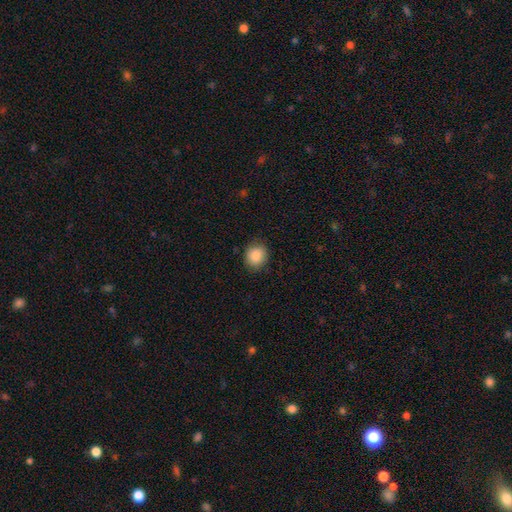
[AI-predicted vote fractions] A smooth galaxy with no disk features (87%) that is round (77%). Merging: none (85%).